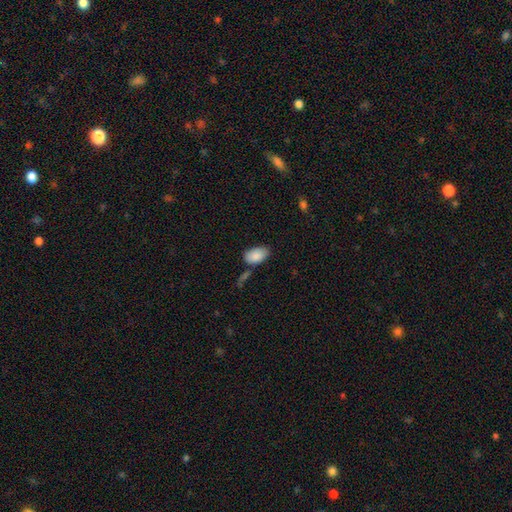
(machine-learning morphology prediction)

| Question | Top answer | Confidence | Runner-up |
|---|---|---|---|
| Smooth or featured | smooth | 87% | star or artifact (7%) |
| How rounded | in between | 94% | round (5%) |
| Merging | none | 68% | minor disturbance (18%) |